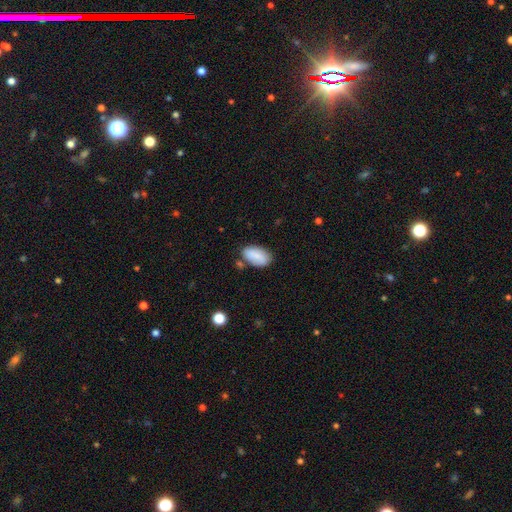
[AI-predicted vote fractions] Overall: smooth (85%). How rounded: in between (94%). Merging: none (72%).